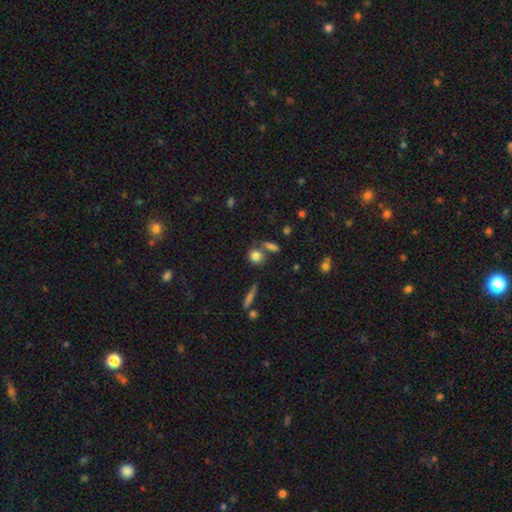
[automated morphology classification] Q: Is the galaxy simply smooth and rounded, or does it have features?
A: smooth — 81%.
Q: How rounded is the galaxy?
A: round — 69%.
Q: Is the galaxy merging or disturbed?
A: none — 61%.